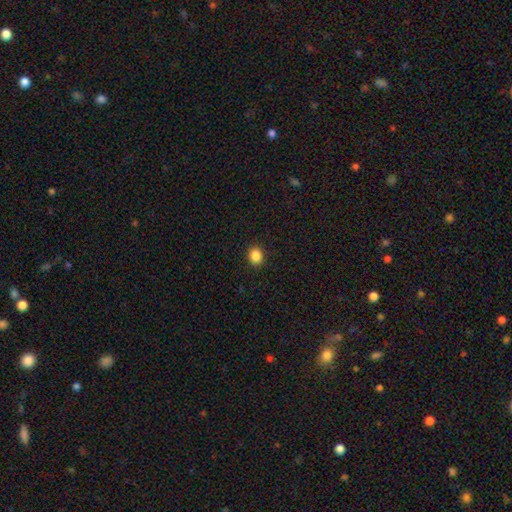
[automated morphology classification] The model was most divided on "how rounded": round: 66%, in between: 33%, cigar-shaped: 1%. More confident: merging — none (91%); smooth or featured — smooth (87%).